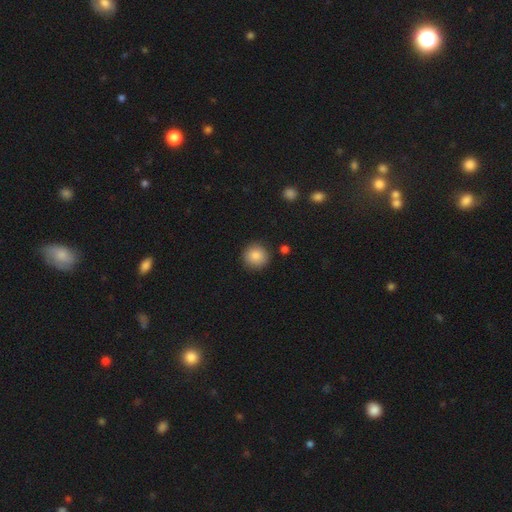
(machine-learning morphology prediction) The model was most divided on "smooth or featured": smooth: 86%, star or artifact: 9%, featured or disk: 6%. More confident: how rounded — round (93%); merging — none (89%).